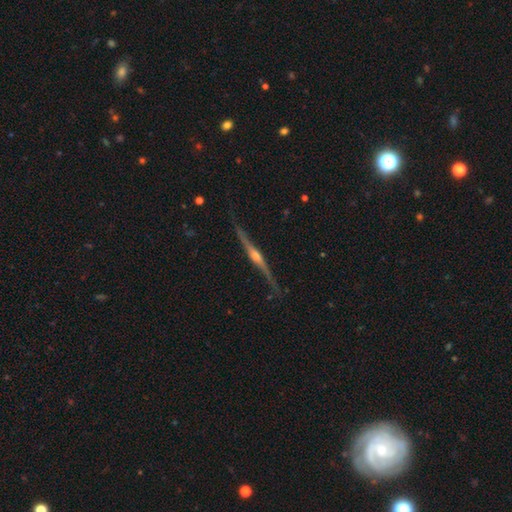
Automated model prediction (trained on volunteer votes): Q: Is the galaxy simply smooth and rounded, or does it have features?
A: featured or disk — 83%.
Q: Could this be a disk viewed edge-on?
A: yes — 98%.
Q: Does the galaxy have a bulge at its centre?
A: rounded — 83%.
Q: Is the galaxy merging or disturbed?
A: none — 83%.